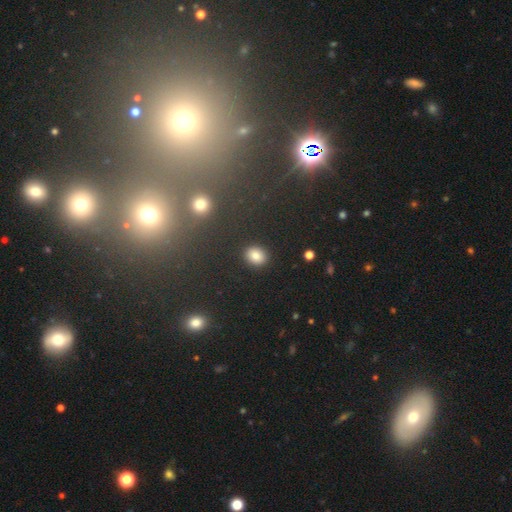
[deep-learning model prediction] Overall: smooth (83%). How rounded: round (58%; in between 41%). Merging: none (90%).